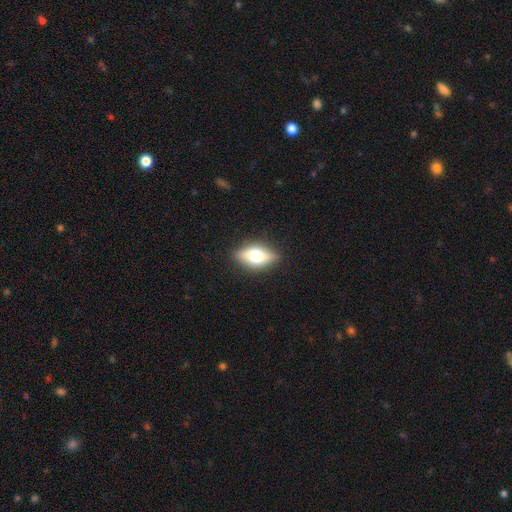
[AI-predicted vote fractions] The model was most divided on "smooth or featured": smooth: 63%, featured or disk: 29%, star or artifact: 8%. More confident: merging — none (85%); how rounded — in between (82%).